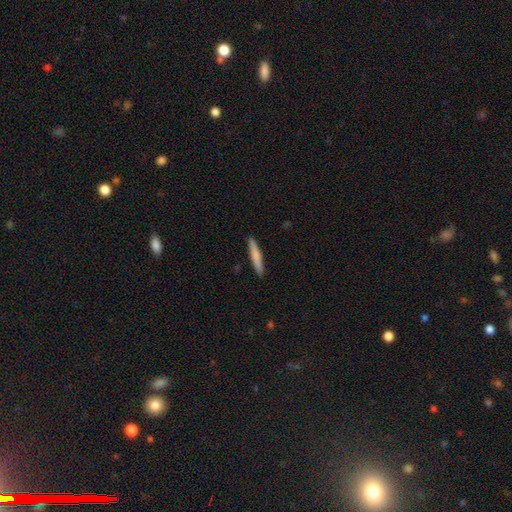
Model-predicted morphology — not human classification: Q: Smooth or featured?
A: smooth (76%); runner-up: featured or disk (19%)
Q: How rounded?
A: cigar-shaped (94%); runner-up: in between (5%)
Q: Merging?
A: none (91%); runner-up: minor disturbance (6%)